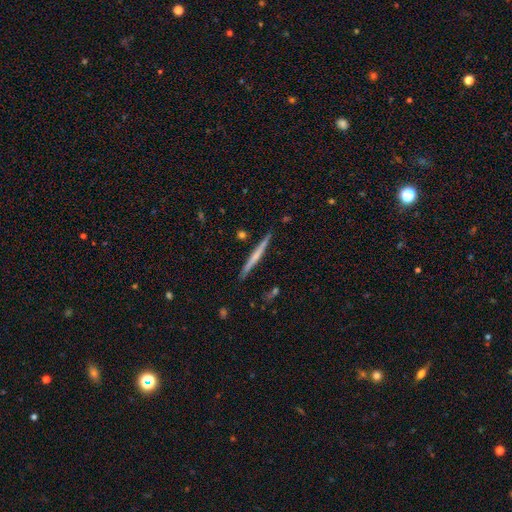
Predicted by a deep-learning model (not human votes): featured or disk 55%, smooth 40%, star or artifact 6%. Down the decision tree: edge-on disk — yes (97%); edge-on bulge — none (68%); merging — none (89%).